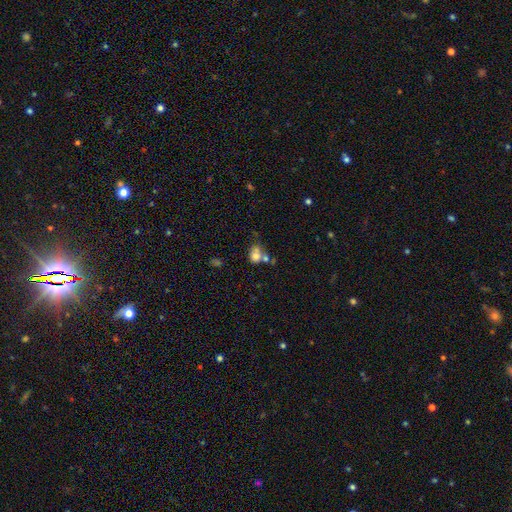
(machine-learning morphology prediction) The model was most divided on "how rounded": in between: 50%, round: 48%, cigar-shaped: 1%. Remaining: smooth or featured — smooth (74%); merging — merger (43%).